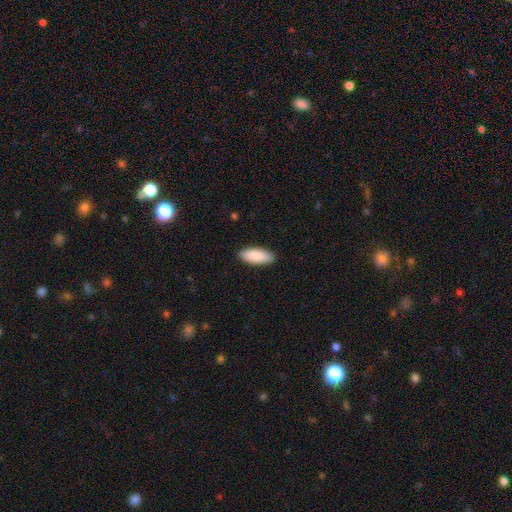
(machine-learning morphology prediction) Smooth or featured? smooth (90%)
How rounded? in between (81%)
Merging? none (89%)